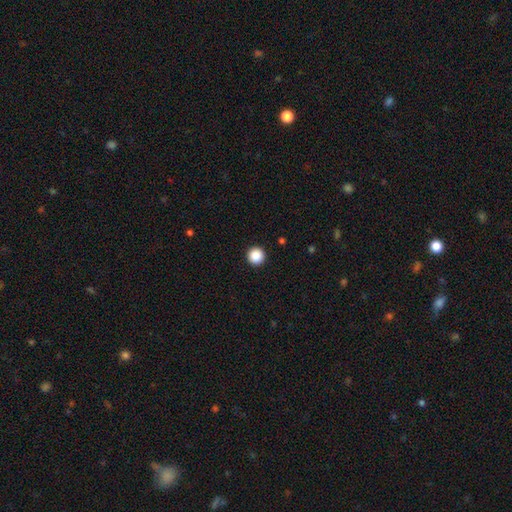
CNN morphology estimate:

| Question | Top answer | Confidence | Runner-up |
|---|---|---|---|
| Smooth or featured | smooth | 88% | star or artifact (10%) |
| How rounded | round | 97% | in between (2%) |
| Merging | none | 94% | minor disturbance (4%) |